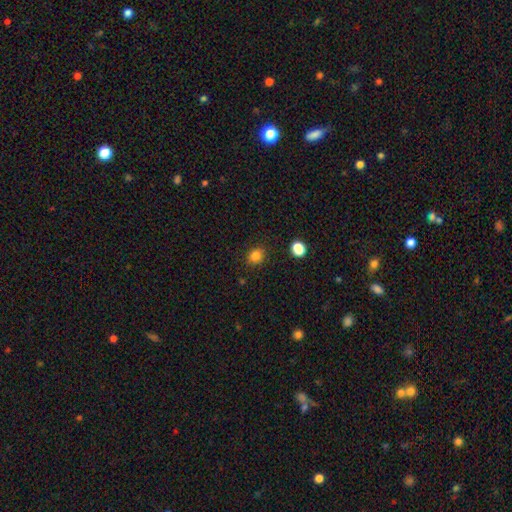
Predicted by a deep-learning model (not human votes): Smooth or featured?
  - smooth: 83% *
  - star or artifact: 12%
  - featured or disk: 5%
How rounded?
  - round: 73% *
  - in between: 26%
  - cigar-shaped: 1%
Merging?
  - none: 86% *
  - minor disturbance: 9%
  - major disturbance: 3%
  - merger: 2%